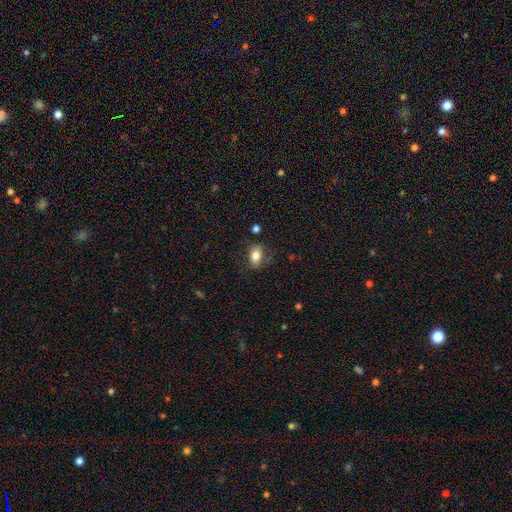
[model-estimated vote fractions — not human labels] Overall: smooth (80%). How rounded: in between (84%). Merging: none (79%).